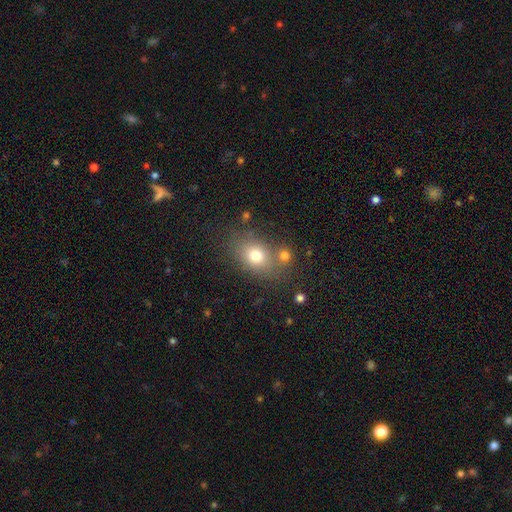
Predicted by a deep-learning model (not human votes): Smooth or featured? smooth (73%)
How rounded? in between (60%)
Merging? none (64%)